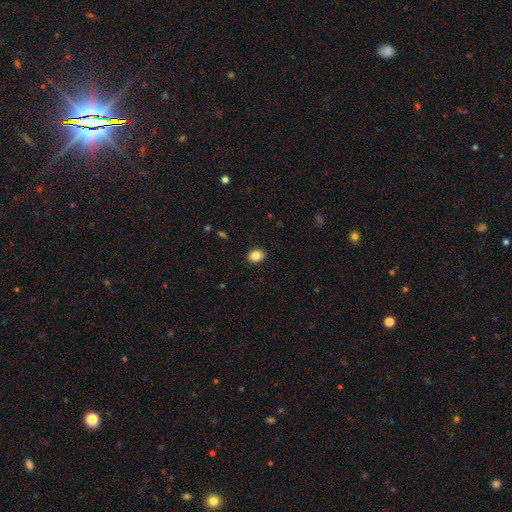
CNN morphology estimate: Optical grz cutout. It shows a smooth galaxy with no disk features (84%) that is in between round and cigar-shaped (54%). Merging: none (90%).